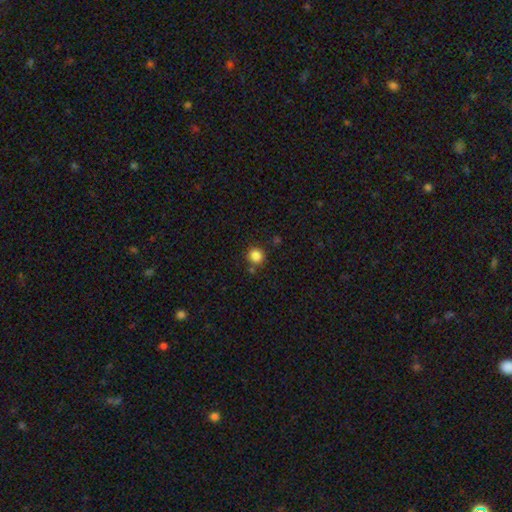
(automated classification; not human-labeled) Q: Smooth or featured?
A: smooth (84%); runner-up: star or artifact (11%)
Q: How rounded?
A: round (92%); runner-up: in between (7%)
Q: Merging?
A: none (82%); runner-up: minor disturbance (8%)